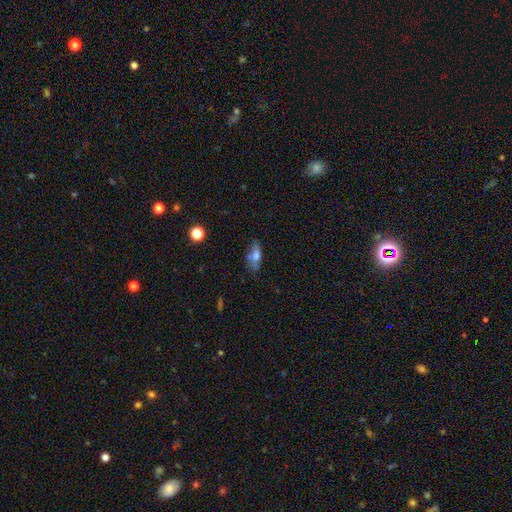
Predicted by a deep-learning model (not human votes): Smooth or featured: smooth — 62% (featured or disk — 28%)
How rounded: in between — 64% (cigar-shaped — 32%)
Merging: none — 60% (minor disturbance — 21%)